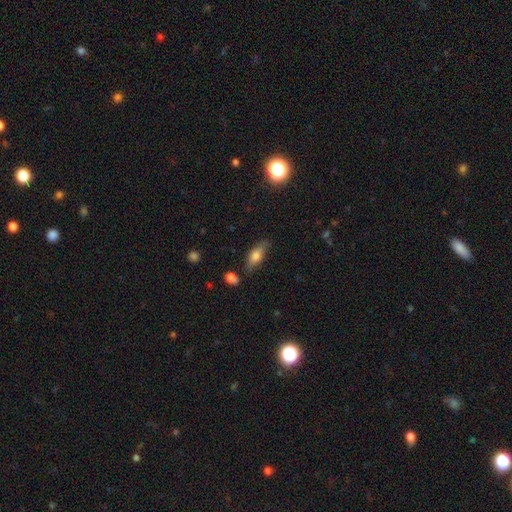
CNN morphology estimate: Smooth or featured? smooth (67%)
How rounded? in between (73%)
Merging? none (72%)